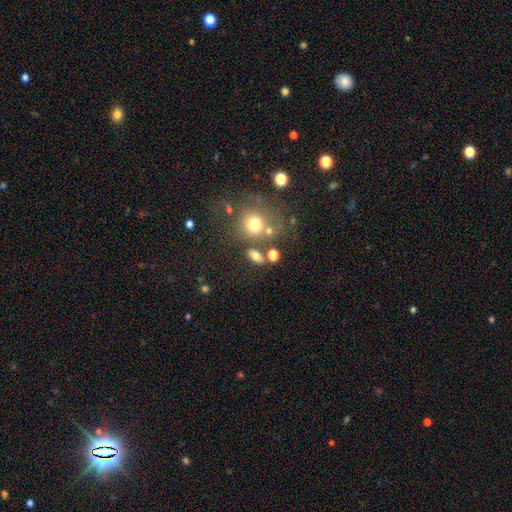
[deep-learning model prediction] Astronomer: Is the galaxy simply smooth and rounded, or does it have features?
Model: smooth — 74%.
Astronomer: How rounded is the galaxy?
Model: in between — 73%.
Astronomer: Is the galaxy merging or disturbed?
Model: none — 66%.